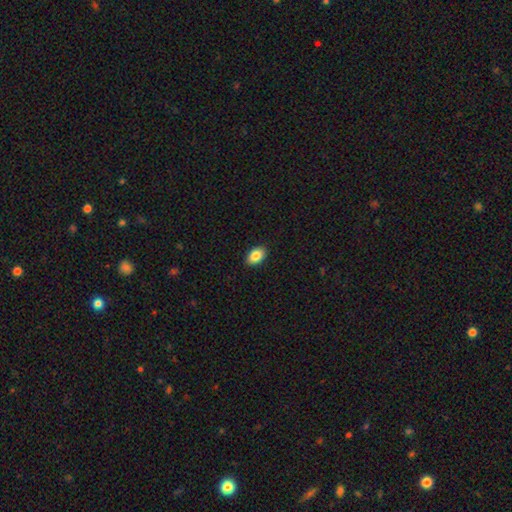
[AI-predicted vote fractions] The model was most divided on "smooth or featured": smooth: 85%, featured or disk: 8%, star or artifact: 8%. More confident: merging — none (90%); how rounded — in between (89%).